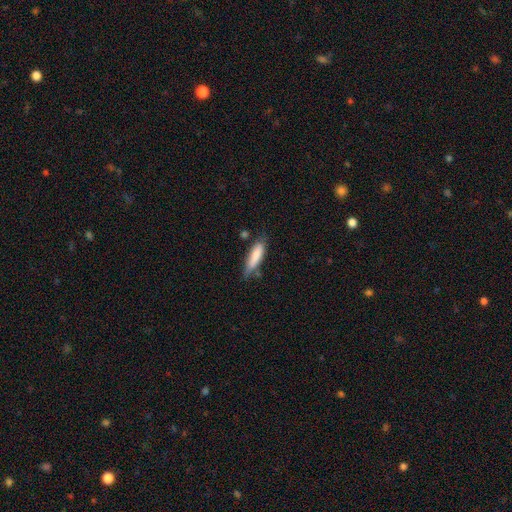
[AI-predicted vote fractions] This appears to be a smooth galaxy with no disk features (81%) that is cigar-shaped (62%). Merging: none (59%).